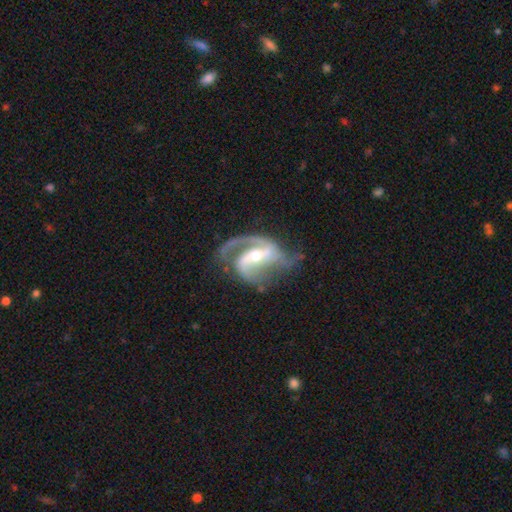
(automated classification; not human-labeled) Smooth or featured? featured or disk (91%)
Edge-on disk? no (97%)
Bar? strong (49%)
Spiral arms? yes (97%)
Spiral winding? medium (51%)
Spiral arm count? 2 (82%)
Bulge size? moderate (58%)
Merging? none (54%)